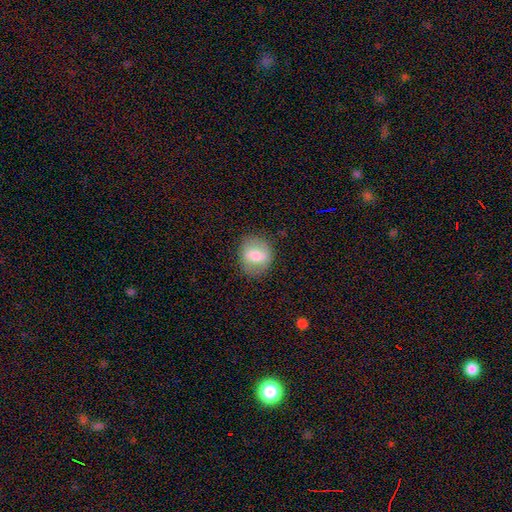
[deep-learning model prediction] Smooth or featured? smooth (65%)
How rounded? round (68%)
Merging? none (82%)